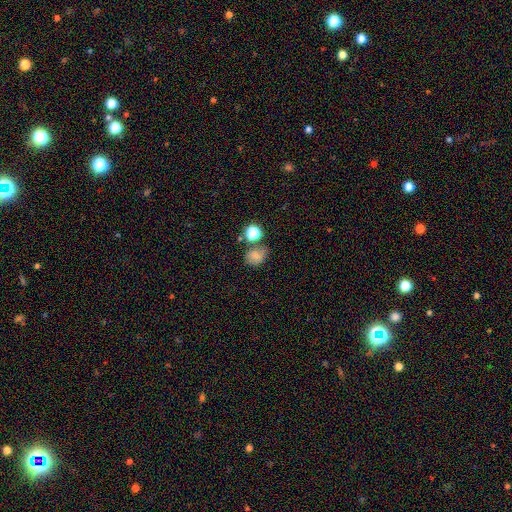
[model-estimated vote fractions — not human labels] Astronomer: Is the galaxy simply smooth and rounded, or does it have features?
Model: smooth — 73%.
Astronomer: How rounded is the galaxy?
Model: round — 59% (runner-up: in between, 40%).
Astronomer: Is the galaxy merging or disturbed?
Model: none — 54%.